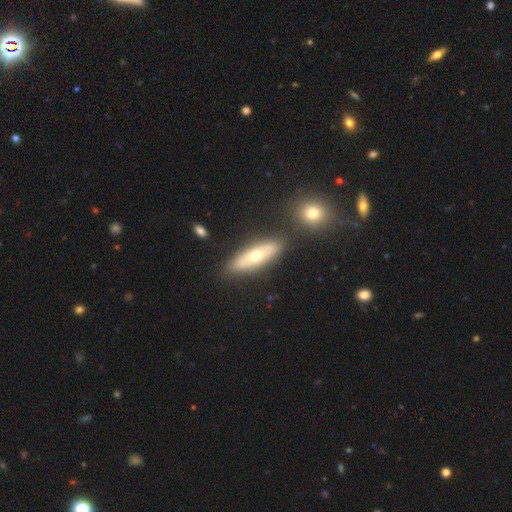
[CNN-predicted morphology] featured or disk 48%, smooth 46%, star or artifact 6%. Down the decision tree: merging — none (79%).